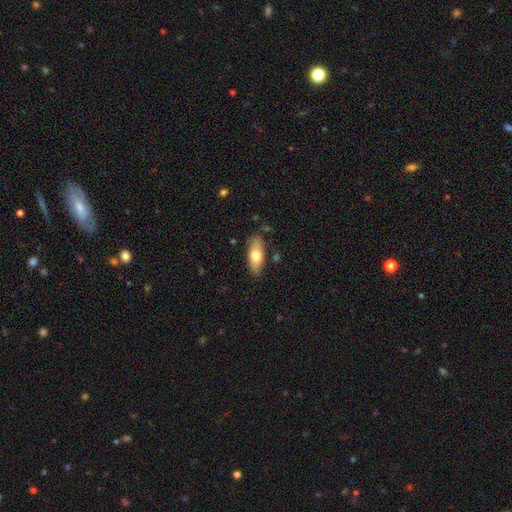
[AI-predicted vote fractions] Smooth or featured: smooth — 70% (featured or disk — 24%)
How rounded: in between — 77% (cigar-shaped — 20%)
Merging: none — 83% (minor disturbance — 13%)